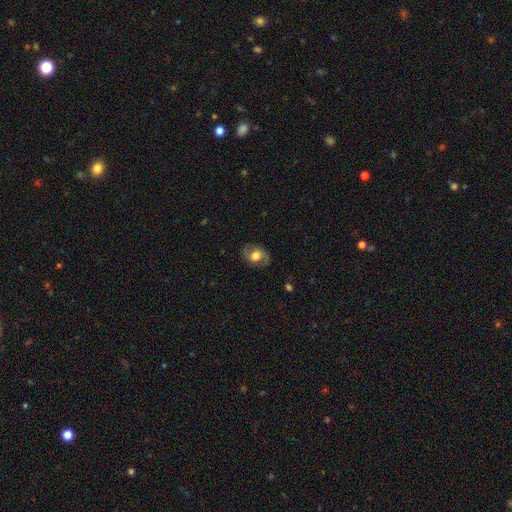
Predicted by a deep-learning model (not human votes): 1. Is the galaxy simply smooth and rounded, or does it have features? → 47% smooth, 45% featured or disk, 8% star or artifact.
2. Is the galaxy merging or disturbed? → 77% none, 15% minor disturbance, 7% major disturbance, 1% merger.